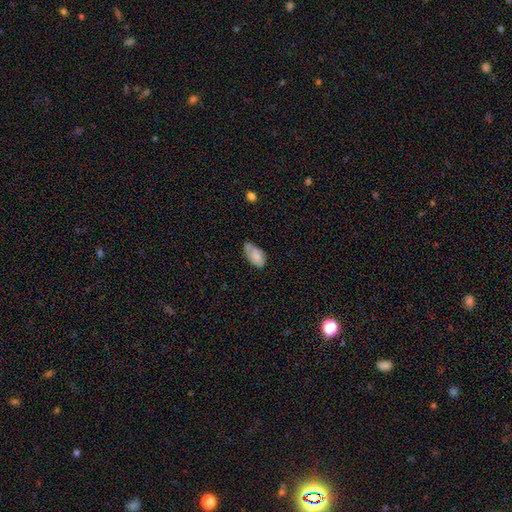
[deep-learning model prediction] smooth-or-featured: smooth: 75% | featured or disk: 18% | star or artifact: 7%
  how-rounded: in between: 94% | round: 4% | cigar-shaped: 2%
  merging: minor disturbance: 43% | none: 41% | major disturbance: 12% | merger: 4%